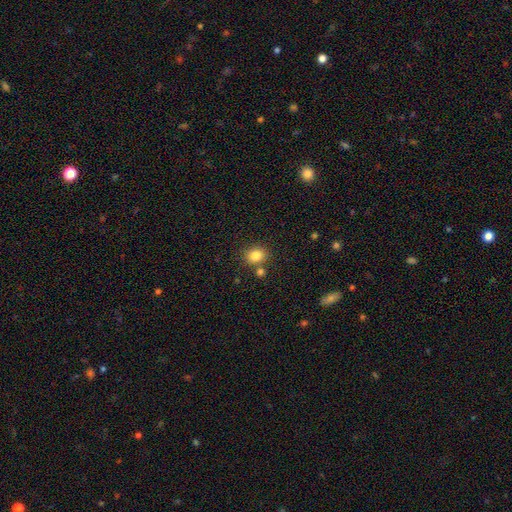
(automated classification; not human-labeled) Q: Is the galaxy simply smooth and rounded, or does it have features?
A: smooth — 83%.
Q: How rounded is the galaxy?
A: round — 69%.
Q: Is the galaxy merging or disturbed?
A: none — 75%.